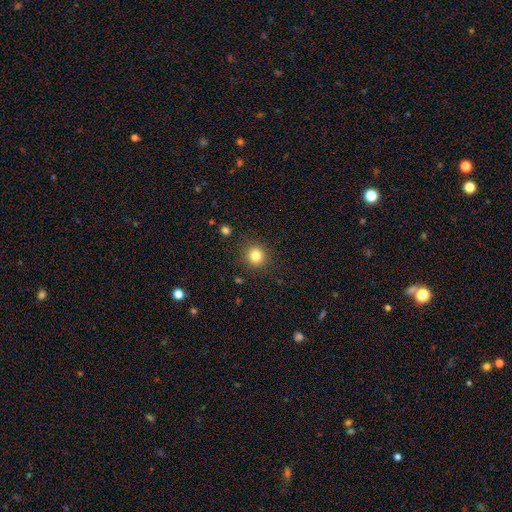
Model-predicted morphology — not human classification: smooth-or-featured: smooth: 82% | star or artifact: 12% | featured or disk: 6%
  how-rounded: round: 91% | in between: 8% | cigar-shaped: 1%
  merging: none: 88% | minor disturbance: 8% | major disturbance: 3% | merger: 2%